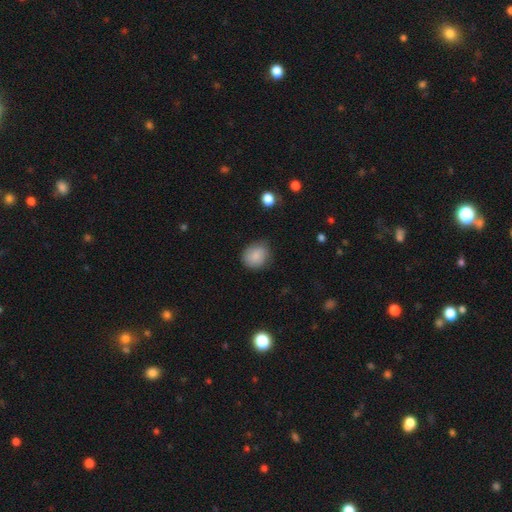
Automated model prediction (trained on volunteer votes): This appears to be a smooth galaxy with no disk features (85%) that is round (72%). Merging: none (74%).